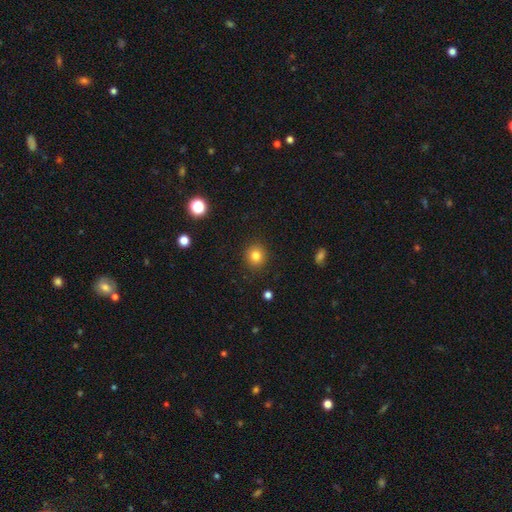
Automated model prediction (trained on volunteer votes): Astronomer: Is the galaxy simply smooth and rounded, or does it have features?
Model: smooth — 82%.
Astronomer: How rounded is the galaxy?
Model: round — 87%.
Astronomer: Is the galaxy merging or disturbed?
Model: none — 91%.